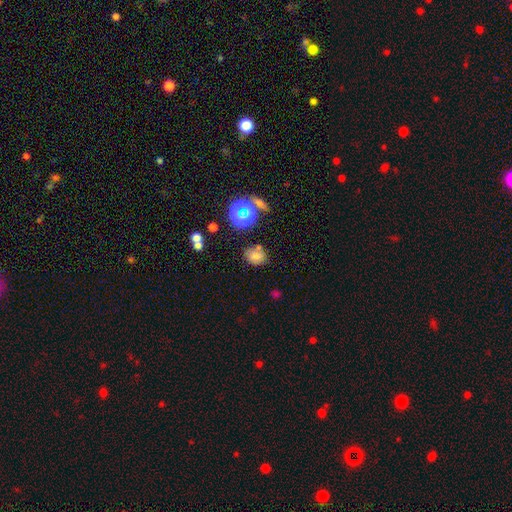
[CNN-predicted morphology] smooth_or_featured: smooth (p=0.70) [alt: star or artifact p=0.20]
how_rounded: in between (p=0.51) [alt: round p=0.48]
merging: none (p=0.69) [alt: minor disturbance p=0.16]